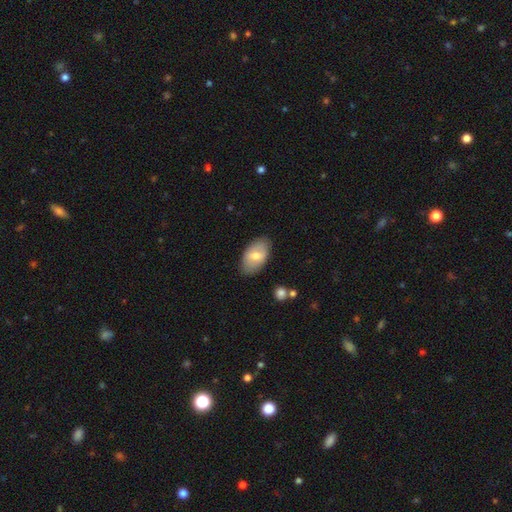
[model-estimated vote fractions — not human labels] smooth 61%, featured or disk 33%, star or artifact 6%. Down the decision tree: how rounded — in between (93%); merging — none (82%).